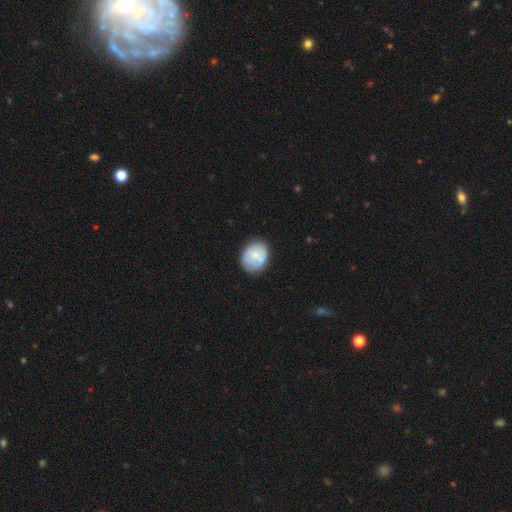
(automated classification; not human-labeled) This is likely a smooth galaxy (68%). How rounded: possibly in between (50%). Merging: likely none (69%).